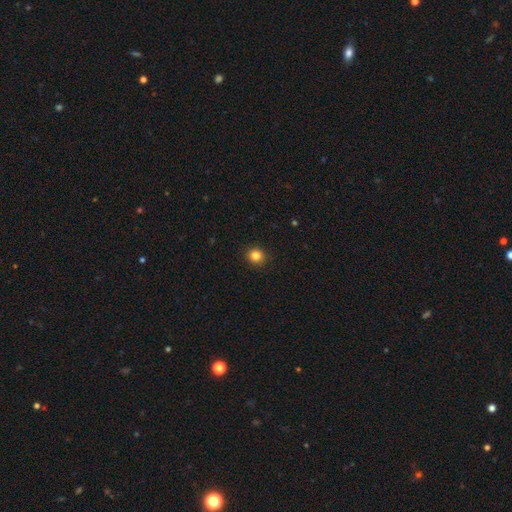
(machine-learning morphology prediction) A smooth galaxy with no disk features (83%) that is round (90%).

Vote fractions:
- Smooth or featured? smooth: 83% / star or artifact: 12% / featured or disk: 5%
- How rounded? round: 90% / in between: 9% / cigar-shaped: 1%
- Merging? none: 92% / minor disturbance: 6% / major disturbance: 2% / merger: 1%